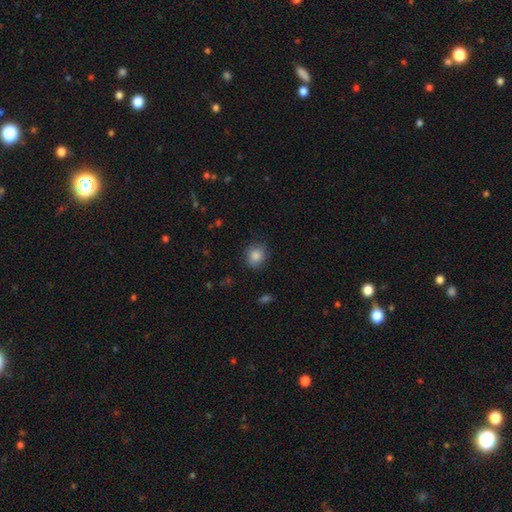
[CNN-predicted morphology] Overall: smooth (85%). How rounded: round (81%). Merging: none (84%).